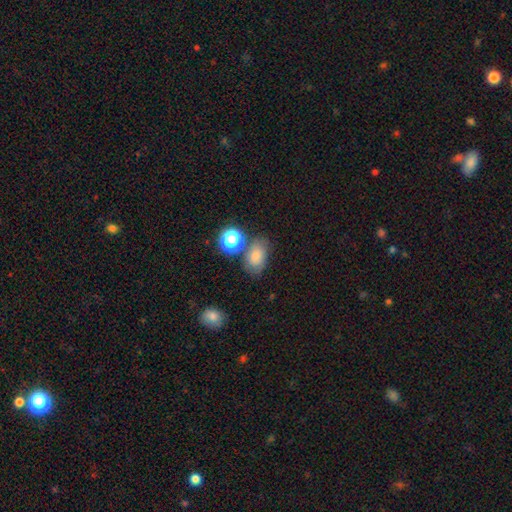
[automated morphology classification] type=smooth (68%); roundness=in between (75%); merging=none (67%).